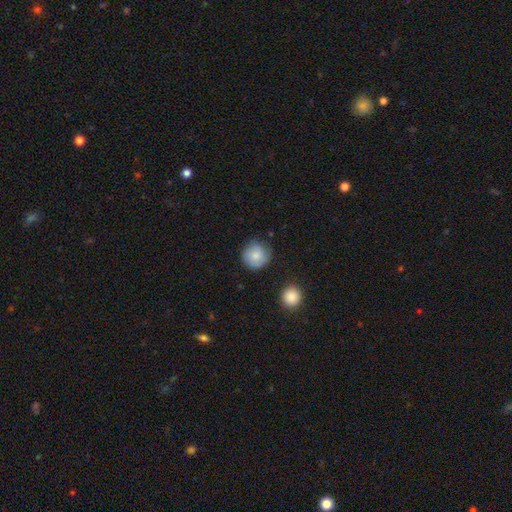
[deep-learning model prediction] A smooth galaxy with no disk features (82%) that is round (93%).

Vote fractions:
- Smooth or featured? smooth: 82% / featured or disk: 10% / star or artifact: 7%
- How rounded? round: 93% / in between: 6% / cigar-shaped: 1%
- Merging? none: 77% / minor disturbance: 17% / major disturbance: 4% / merger: 2%